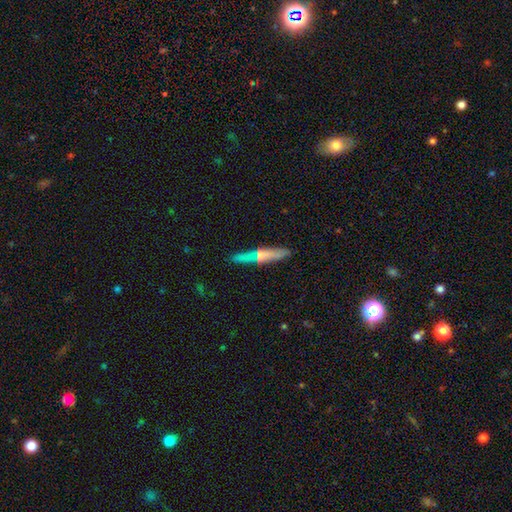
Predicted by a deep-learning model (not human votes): smooth-or-featured: featured or disk: 62% | smooth: 27% | star or artifact: 11%
  disk-edge-on: yes: 92% | no: 8%
    edge-on-bulge: rounded: 87% | none: 8% | boxy: 5%
  merging: none: 84% | minor disturbance: 10% | major disturbance: 3% | merger: 3%